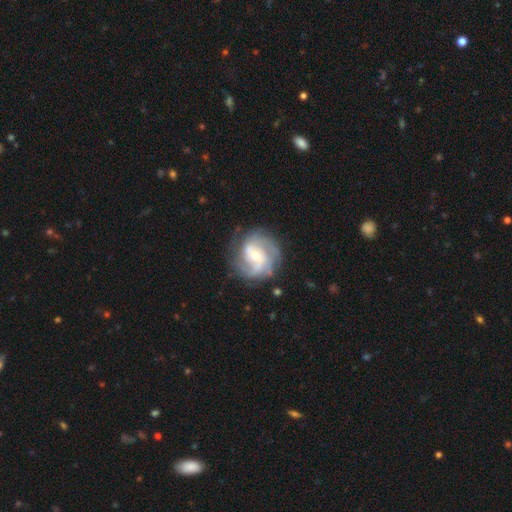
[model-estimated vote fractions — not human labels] This appears to be a featured or disk galaxy (83%) with a weak bar (44%, tied with no), 2 (30%) medium (42%) spiral arms (94%) and a small central bulge (48%). Merging: none (73%).